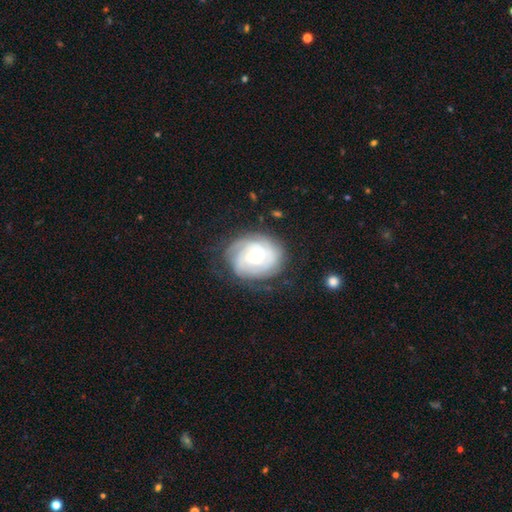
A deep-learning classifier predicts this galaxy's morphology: The model was most divided on "spiral arm count": can't tell: 44%, 2: 20%, 3: 19%, 4: 8%, 1: 5%, more than 4: 4%. More confident: edge-on disk — no (97%); spiral arms — yes (89%); smooth or featured — featured or disk (74%); spiral winding — tight (69%); merging — none (68%); bar — no (64%); bulge size — moderate (62%).